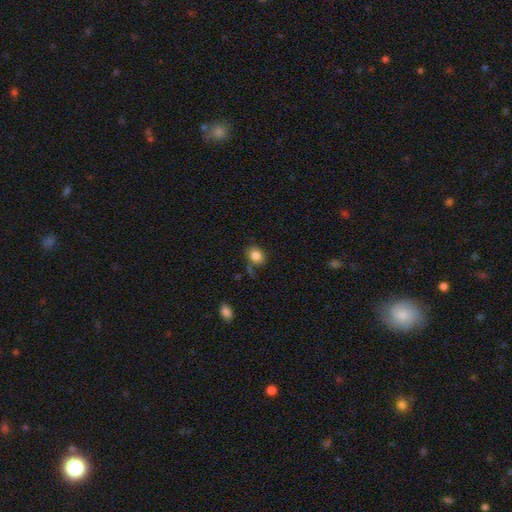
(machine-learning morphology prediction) Smooth or featured?
  - smooth: 83% *
  - star or artifact: 10%
  - featured or disk: 7%
How rounded?
  - round: 53% *
  - in between: 46%
  - cigar-shaped: 1%
Merging?
  - none: 72% *
  - minor disturbance: 18%
  - major disturbance: 5%
  - merger: 5%